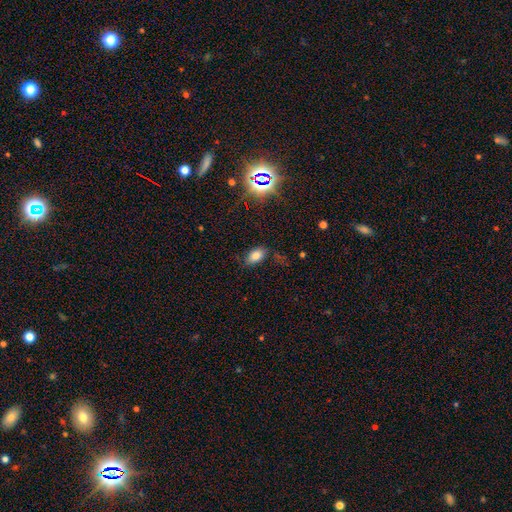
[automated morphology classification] Smooth or featured? smooth (77%)
How rounded? in between (91%)
Merging? none (74%)